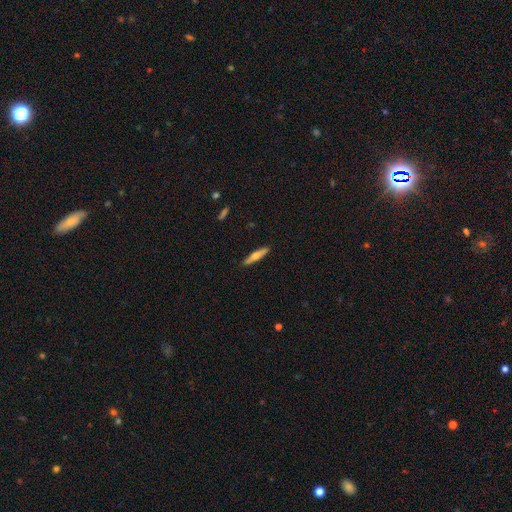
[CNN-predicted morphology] The model was most divided on "smooth or featured": smooth: 51%, featured or disk: 43%, star or artifact: 6%. More confident: merging — none (90%); how rounded — cigar-shaped (87%).